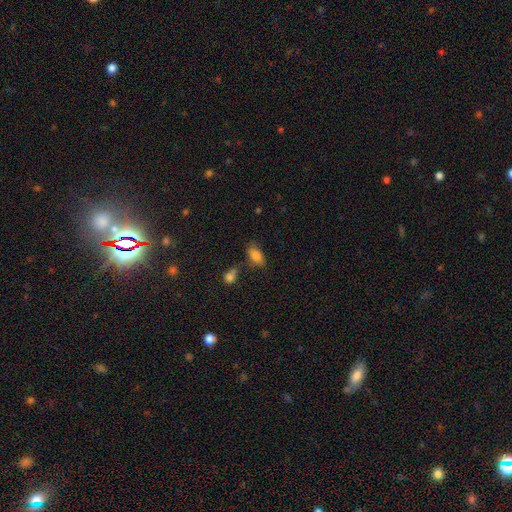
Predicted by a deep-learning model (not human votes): The model was most divided on "merging": none: 65%, minor disturbance: 19%, merger: 10%, major disturbance: 6%. More confident: how rounded — in between (90%); smooth or featured — smooth (81%).